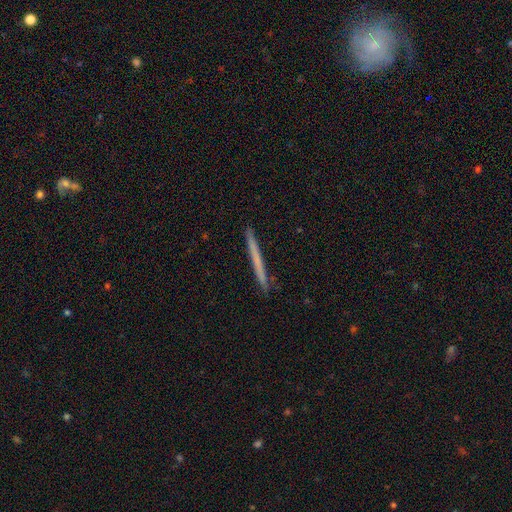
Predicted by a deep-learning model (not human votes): Overall: smooth (58%; featured or disk 37%). How rounded: cigar-shaped (97%). Merging: none (92%).